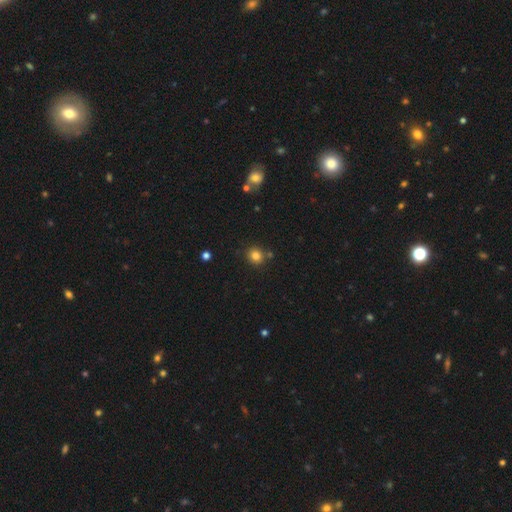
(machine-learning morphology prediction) smooth-or-featured: smooth: 82% | star or artifact: 12% | featured or disk: 6%
  how-rounded: round: 83% | in between: 16% | cigar-shaped: 1%
  merging: none: 80% | minor disturbance: 9% | merger: 8% | major disturbance: 3%